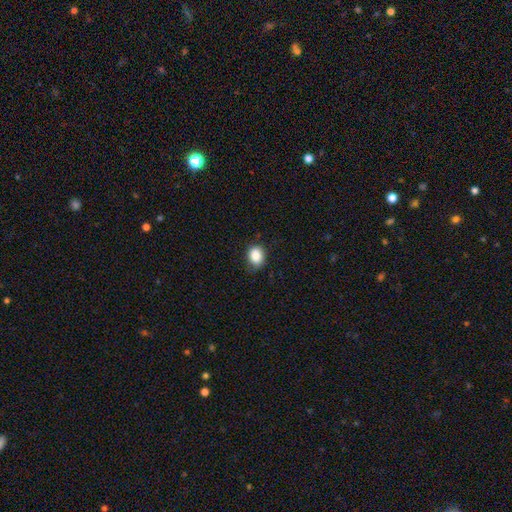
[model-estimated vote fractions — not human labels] Smooth or featured: smooth — 87% (star or artifact — 9%)
How rounded: round — 50% (in between — 49%)
Merging: none — 77% (minor disturbance — 19%)